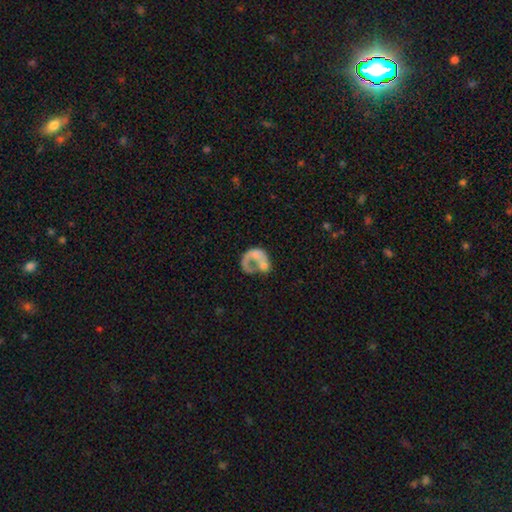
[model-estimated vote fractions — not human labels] The model was most divided on "smooth or featured": featured or disk: 49%, smooth: 41%, star or artifact: 10%. Remaining: merging — major disturbance (38%).